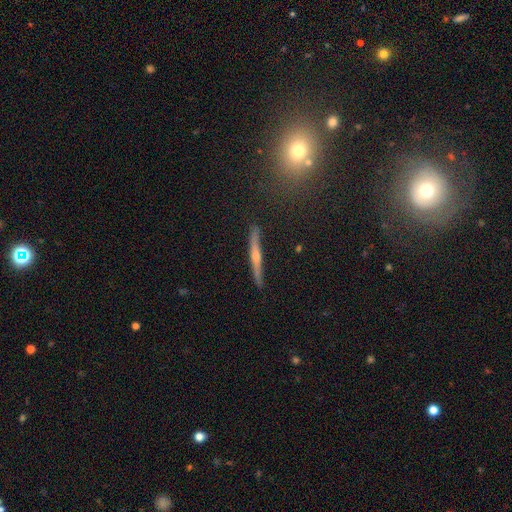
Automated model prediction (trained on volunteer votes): The model was most divided on "smooth or featured": featured or disk: 70%, smooth: 22%, star or artifact: 8%. More confident: edge-on disk — yes (97%); merging — none (88%); edge-on bulge — rounded (80%).